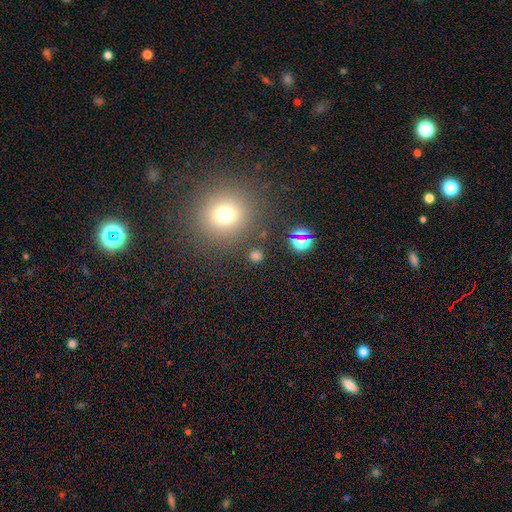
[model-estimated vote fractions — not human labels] smooth_or_featured: smooth (p=0.69) [alt: star or artifact p=0.25]
how_rounded: round (p=0.90) [alt: in between p=0.09]
merging: none (p=0.84) [alt: minor disturbance p=0.07]